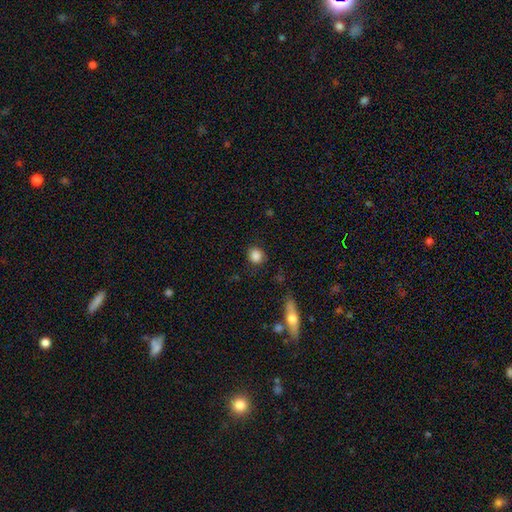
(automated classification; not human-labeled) Smooth or featured?
  - smooth: 86% *
  - star or artifact: 9%
  - featured or disk: 4%
How rounded?
  - round: 83% *
  - in between: 16%
  - cigar-shaped: 1%
Merging?
  - none: 84% *
  - minor disturbance: 10%
  - major disturbance: 4%
  - merger: 2%